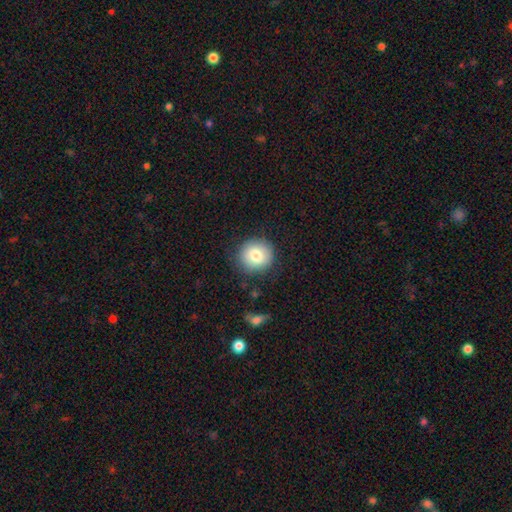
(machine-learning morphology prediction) Smooth or featured? smooth (78%)
How rounded? round (91%)
Merging? none (88%)